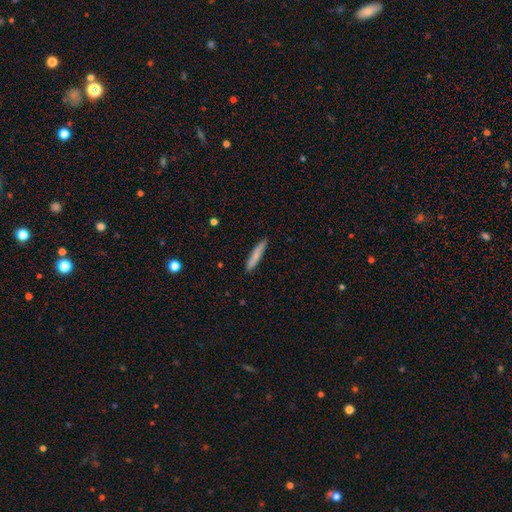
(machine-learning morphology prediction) Overall: smooth (77%). How rounded: cigar-shaped (92%). Merging: none (88%).